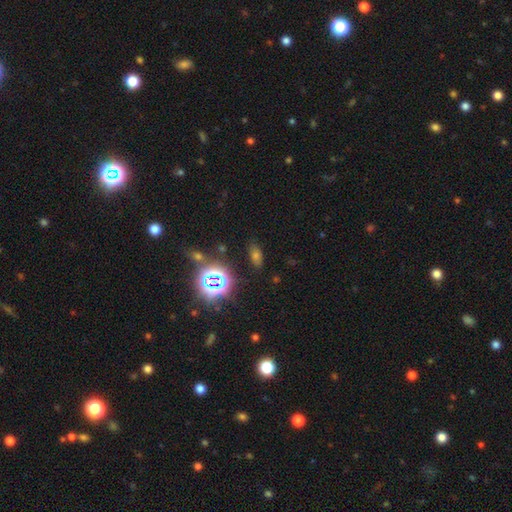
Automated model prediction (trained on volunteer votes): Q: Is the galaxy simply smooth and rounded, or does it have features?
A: smooth — 52%.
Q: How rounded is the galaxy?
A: in between — 78%.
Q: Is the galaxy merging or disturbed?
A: none — 82%.